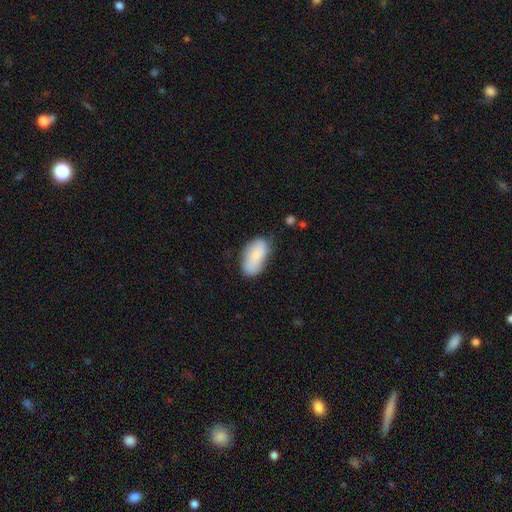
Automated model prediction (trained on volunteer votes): The model was most divided on "merging": none: 66%, minor disturbance: 26%, major disturbance: 6%, merger: 2%. More confident: how rounded — in between (93%); smooth or featured — smooth (84%).